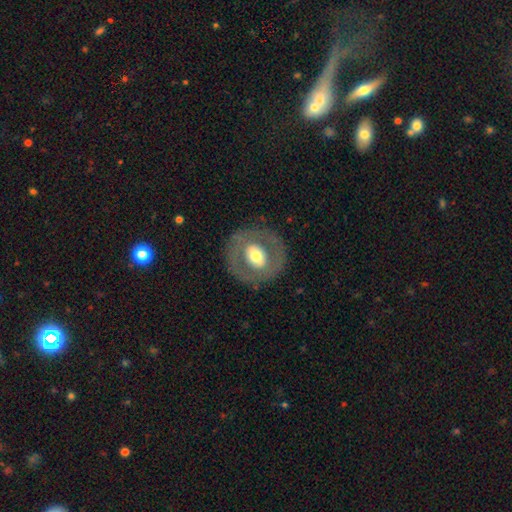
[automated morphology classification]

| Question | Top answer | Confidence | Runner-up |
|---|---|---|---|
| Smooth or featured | featured or disk | 51% | smooth (43%) |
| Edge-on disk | no | 94% | yes (6%) |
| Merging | none | 81% | minor disturbance (10%) |